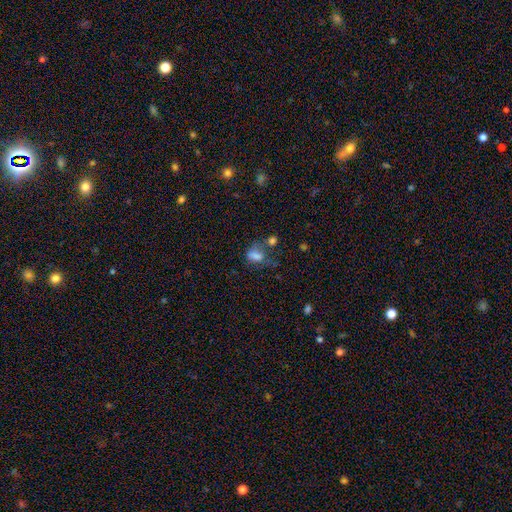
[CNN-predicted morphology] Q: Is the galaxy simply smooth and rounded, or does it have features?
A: smooth — 72%.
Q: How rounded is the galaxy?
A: in between — 75%.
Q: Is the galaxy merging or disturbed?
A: none — 33%.